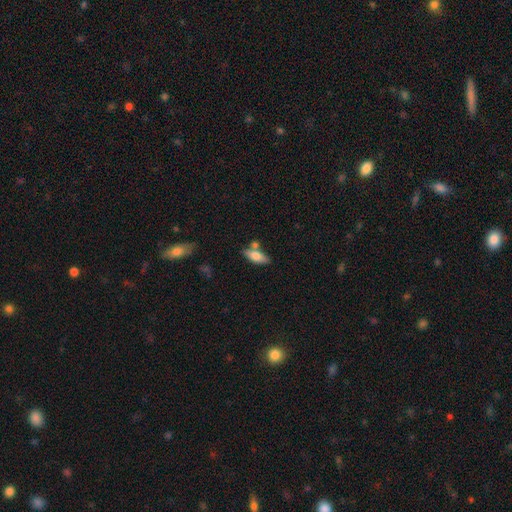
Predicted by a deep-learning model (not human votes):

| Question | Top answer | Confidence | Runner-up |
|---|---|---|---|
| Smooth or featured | smooth | 70% | featured or disk (23%) |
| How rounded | in between | 70% | cigar-shaped (27%) |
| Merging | none | 65% | merger (17%) |